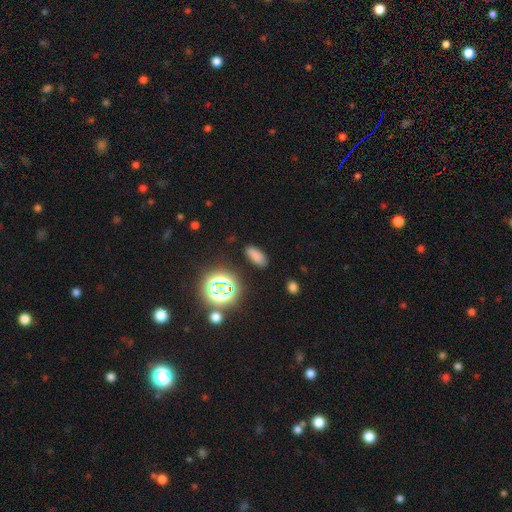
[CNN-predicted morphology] Smooth or featured? Predicted: smooth (p=0.72). How rounded? Predicted: in between (p=0.83). Merging? Predicted: none (p=0.84).